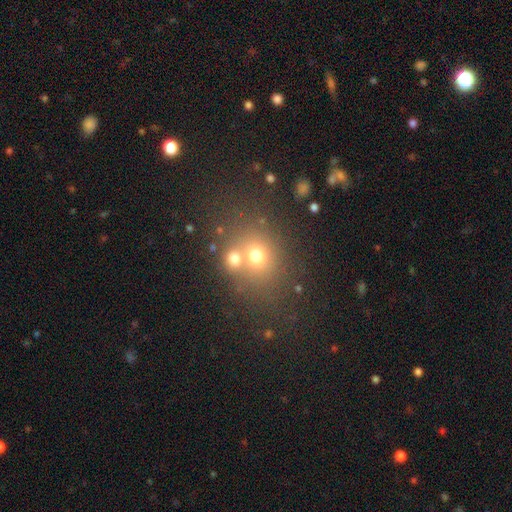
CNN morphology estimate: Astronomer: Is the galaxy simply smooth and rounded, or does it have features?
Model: smooth — 66%.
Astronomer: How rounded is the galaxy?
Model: round — 72%.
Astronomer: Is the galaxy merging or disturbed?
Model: none — 50% (runner-up: merger, 36%).